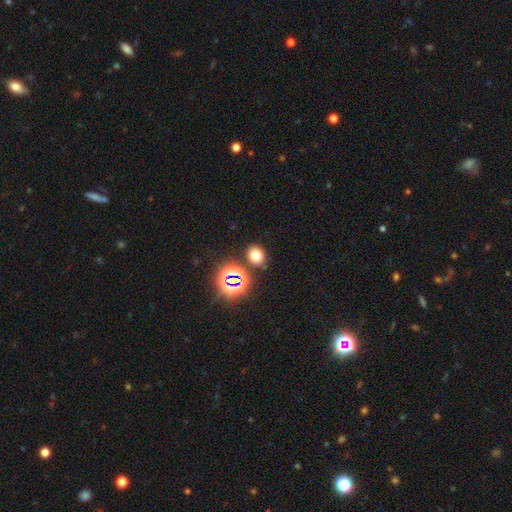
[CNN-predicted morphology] The model was most divided on "how rounded": round: 53%, in between: 46%, cigar-shaped: 1%. More confident: merging — none (81%); smooth or featured — smooth (69%).